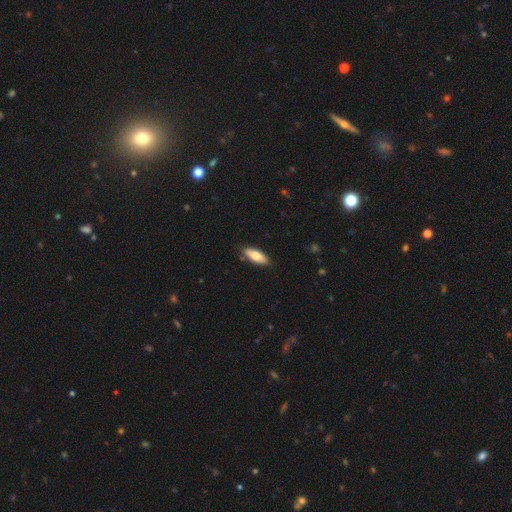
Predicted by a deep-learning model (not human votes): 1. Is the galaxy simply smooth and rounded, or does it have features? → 79% smooth, 16% featured or disk, 6% star or artifact.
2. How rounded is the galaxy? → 76% in between, 23% cigar-shaped, 2% round.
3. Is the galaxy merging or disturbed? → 83% none, 13% minor disturbance, 2% major disturbance, 2% merger.